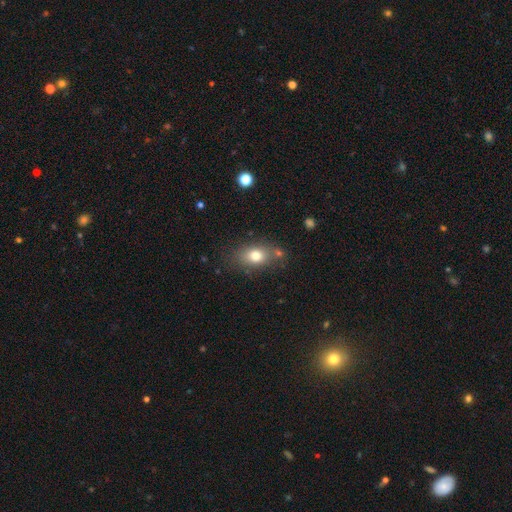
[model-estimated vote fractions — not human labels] The model was most divided on "how rounded": in between: 74%, round: 23%, cigar-shaped: 3%. More confident: smooth or featured — smooth (76%); merging — none (71%).